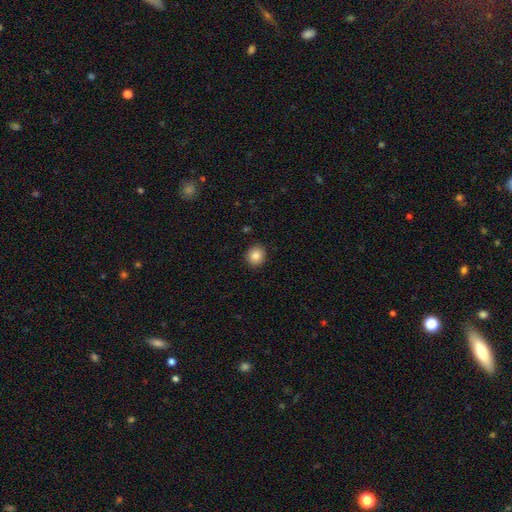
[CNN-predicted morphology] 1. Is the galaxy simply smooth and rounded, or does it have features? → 85% smooth, 9% star or artifact, 5% featured or disk.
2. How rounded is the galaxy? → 85% round, 15% in between, 1% cigar-shaped.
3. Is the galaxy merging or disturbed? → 91% none, 6% minor disturbance, 2% major disturbance, 1% merger.